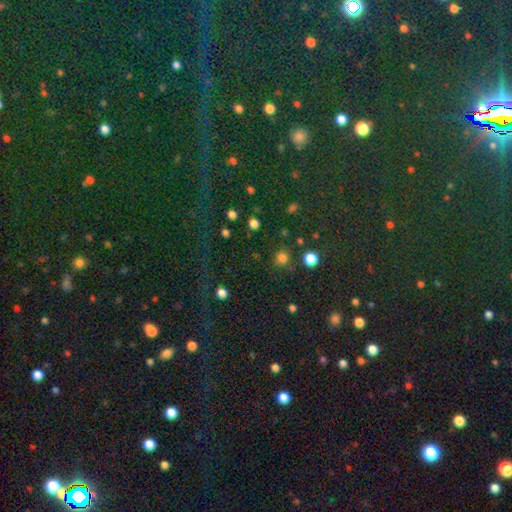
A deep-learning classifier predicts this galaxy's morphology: smooth_or_featured: star or artifact (p=0.79) [alt: smooth p=0.13]